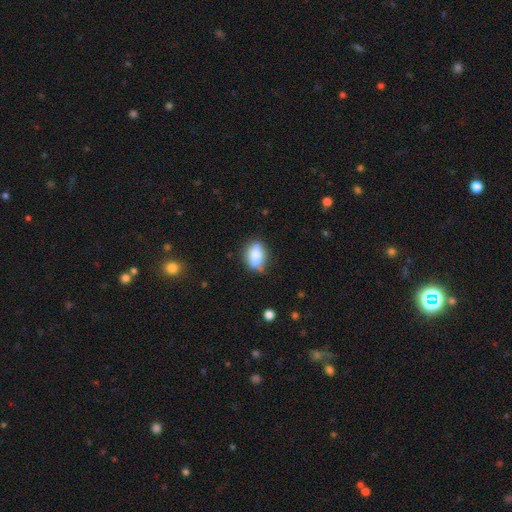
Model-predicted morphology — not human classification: Smooth or featured: smooth — 75% (featured or disk — 18%)
How rounded: in between — 79% (round — 16%)
Merging: none — 70% (minor disturbance — 23%)